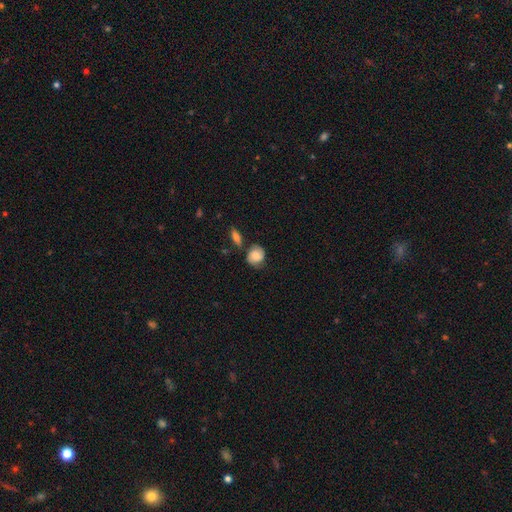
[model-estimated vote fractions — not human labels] Morphology: type=smooth (57%); roundness=round (72%); merging=none (63%).